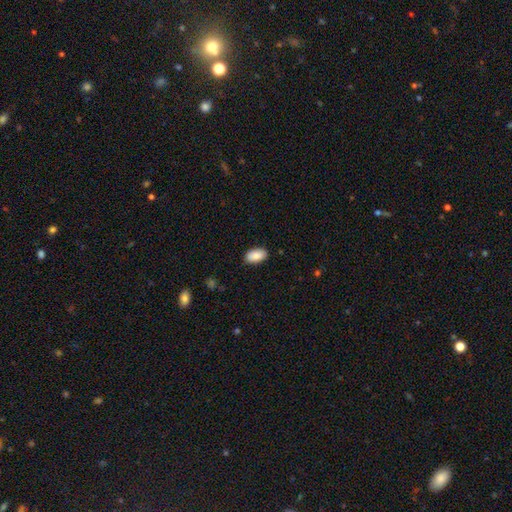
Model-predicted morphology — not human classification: smooth 88%, star or artifact 7%, featured or disk 5%. Down the decision tree: how rounded — in between (94%); merging — none (87%).